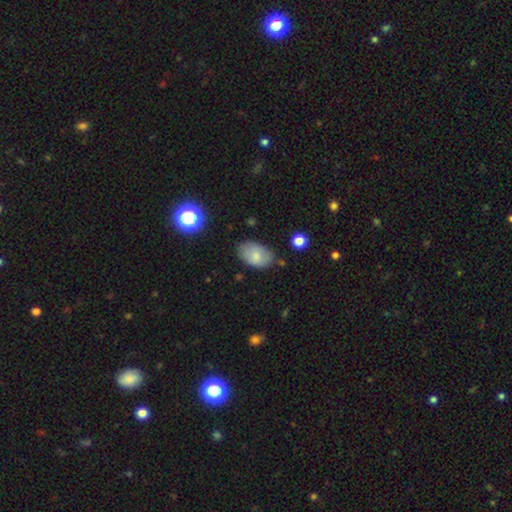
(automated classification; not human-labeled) smooth 76%, featured or disk 16%, star or artifact 8%. Down the decision tree: how rounded — in between (91%); merging — none (73%).